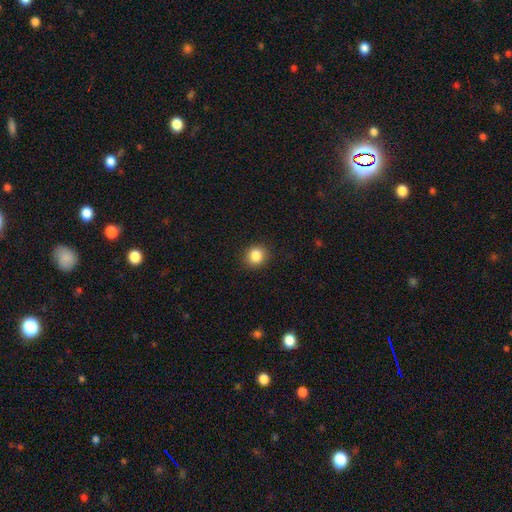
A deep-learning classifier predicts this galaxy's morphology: The model was most divided on "how rounded": round: 84%, in between: 15%, cigar-shaped: 1%. More confident: merging — none (90%); smooth or featured — smooth (86%).